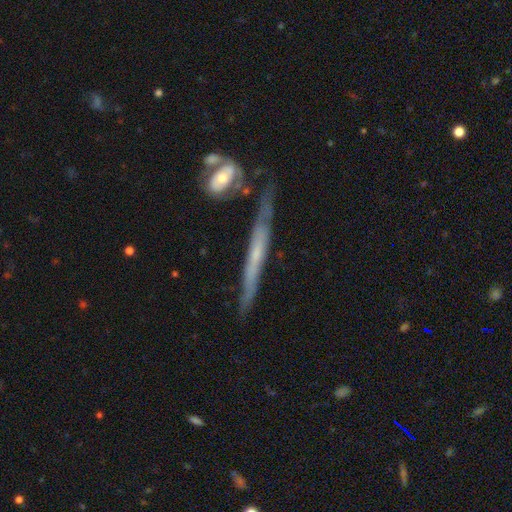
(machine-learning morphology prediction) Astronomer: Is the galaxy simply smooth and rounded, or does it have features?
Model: featured or disk — 64%.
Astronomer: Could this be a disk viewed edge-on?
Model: yes — 88%.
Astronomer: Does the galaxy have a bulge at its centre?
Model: none — 69%.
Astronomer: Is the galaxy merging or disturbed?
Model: none — 67%.